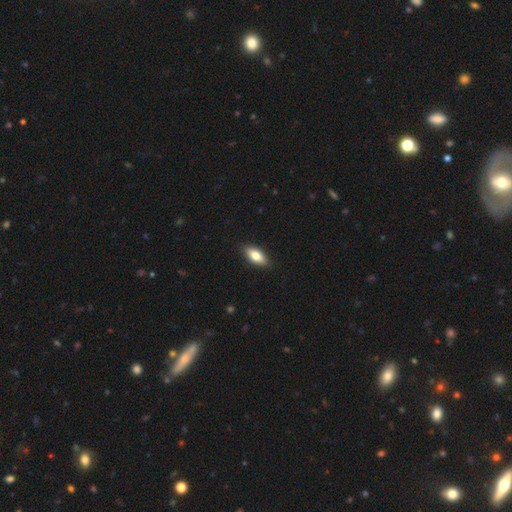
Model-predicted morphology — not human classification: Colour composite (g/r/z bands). It shows a smooth galaxy with no disk features (78%) that is in between round and cigar-shaped (85%). Merging: none (88%).